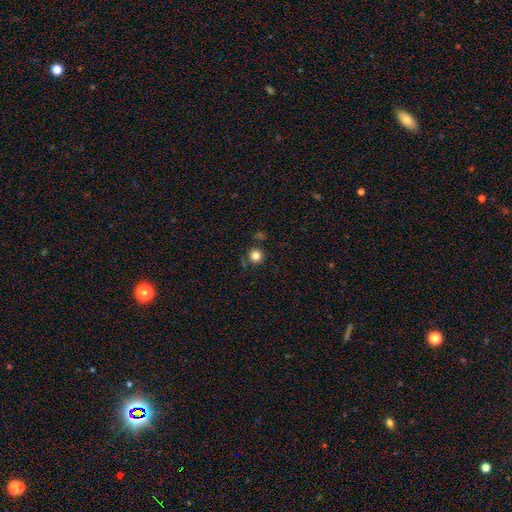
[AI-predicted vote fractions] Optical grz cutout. It shows a smooth galaxy with no disk features (82%) that is round (95%). Merging: none (84%).